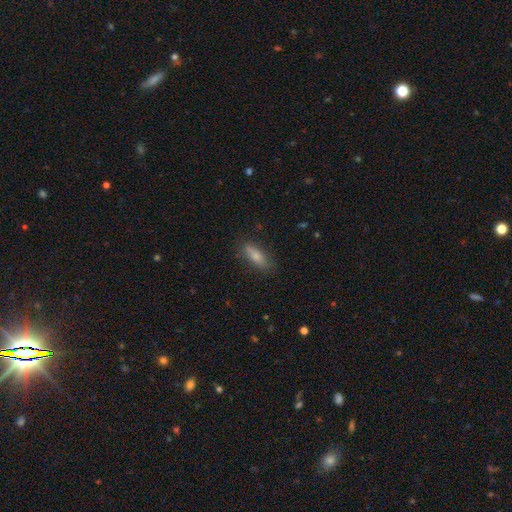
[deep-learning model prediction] Smooth or featured: smooth — 74% (featured or disk — 19%)
How rounded: in between — 58% (cigar-shaped — 39%)
Merging: none — 79% (minor disturbance — 16%)